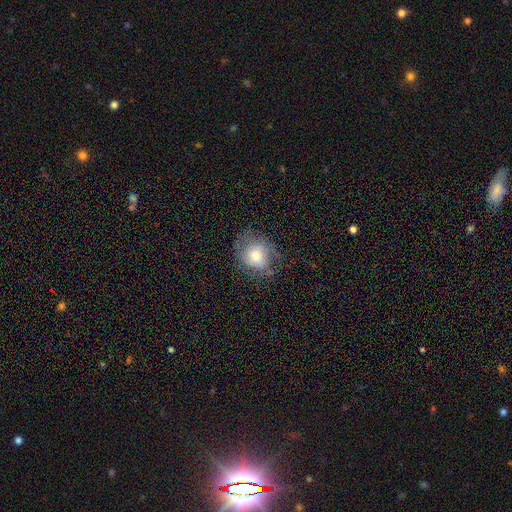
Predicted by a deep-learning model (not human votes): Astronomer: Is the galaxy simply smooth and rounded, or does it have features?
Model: smooth — 58%.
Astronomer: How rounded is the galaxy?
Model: round — 69%.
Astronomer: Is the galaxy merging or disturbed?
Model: none — 60%.